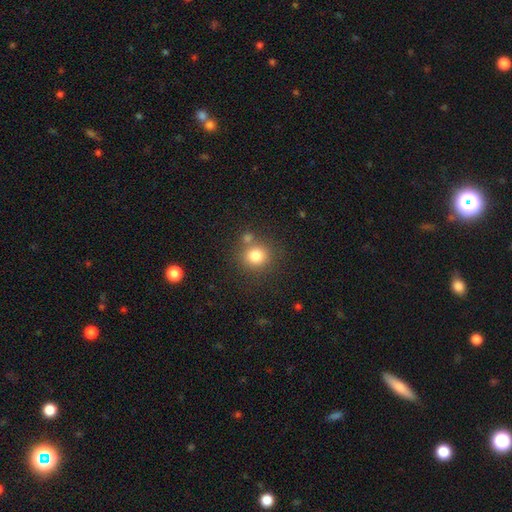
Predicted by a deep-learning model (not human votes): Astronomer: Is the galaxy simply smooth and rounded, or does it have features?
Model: smooth — 80%.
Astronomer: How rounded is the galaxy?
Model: round — 86%.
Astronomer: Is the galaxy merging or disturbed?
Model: none — 69%.